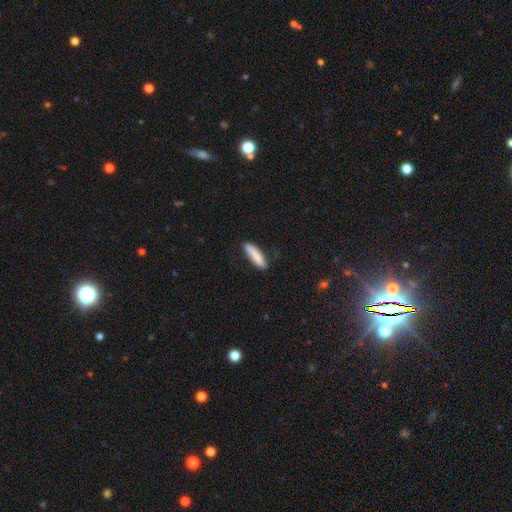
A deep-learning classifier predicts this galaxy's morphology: Overall: smooth (84%). How rounded: cigar-shaped (77%). Merging: none (80%).